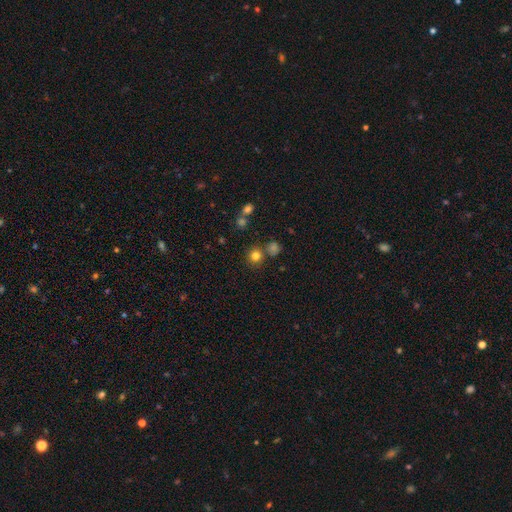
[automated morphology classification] A smooth galaxy with no disk features (78%) that is round (90%). Merging: none (79%).